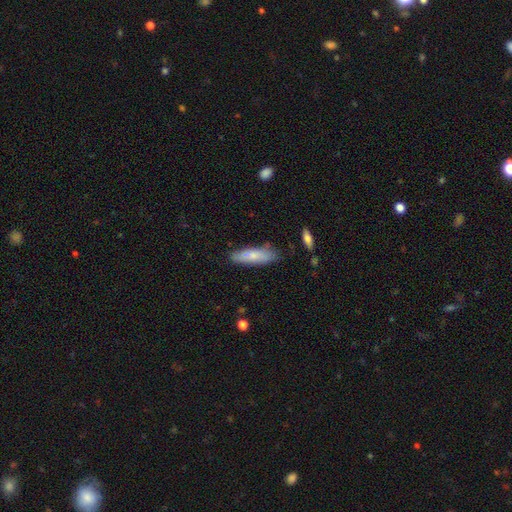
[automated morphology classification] This is likely a smooth galaxy (75%). How rounded: likely cigar-shaped (63%). Merging: likely none (77%).